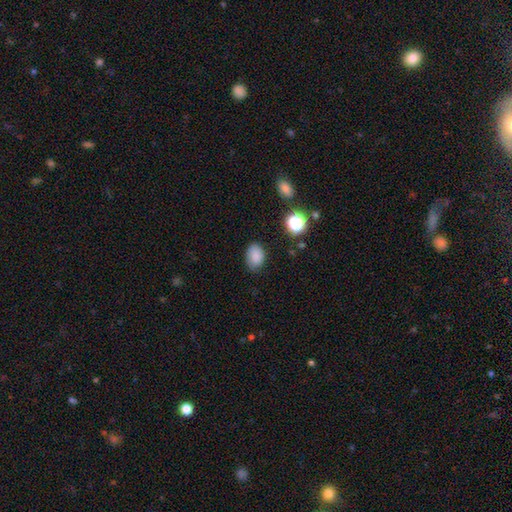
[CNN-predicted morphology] A smooth galaxy with no disk features (84%) that is in between round and cigar-shaped (77%). Merging: none (78%).